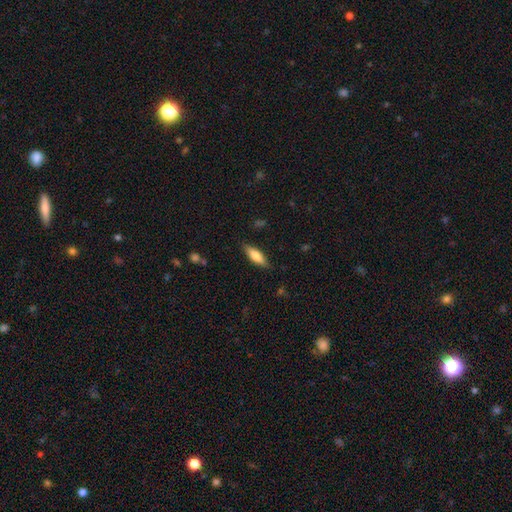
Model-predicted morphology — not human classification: Smooth or featured: smooth — 70% (featured or disk — 24%)
How rounded: in between — 53% (cigar-shaped — 45%)
Merging: none — 84% (minor disturbance — 12%)